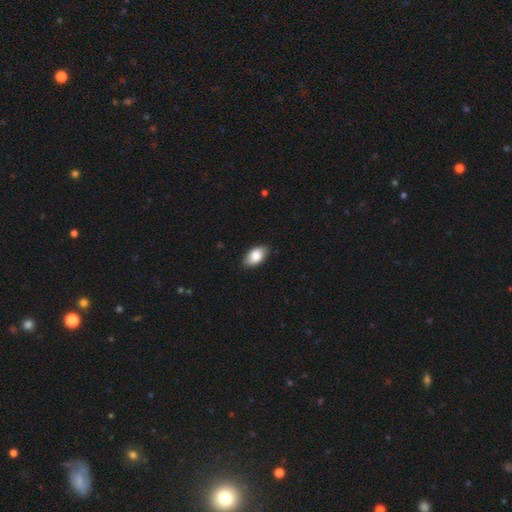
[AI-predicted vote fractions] Morphology: type=smooth (82%); roundness=in between (94%); merging=none (86%).